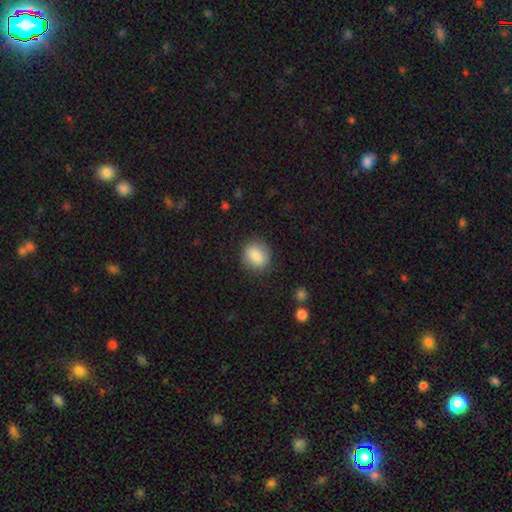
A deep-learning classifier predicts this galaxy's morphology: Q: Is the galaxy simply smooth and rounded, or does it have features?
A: smooth — 86%.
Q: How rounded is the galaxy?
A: round — 74%.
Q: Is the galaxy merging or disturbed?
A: none — 84%.